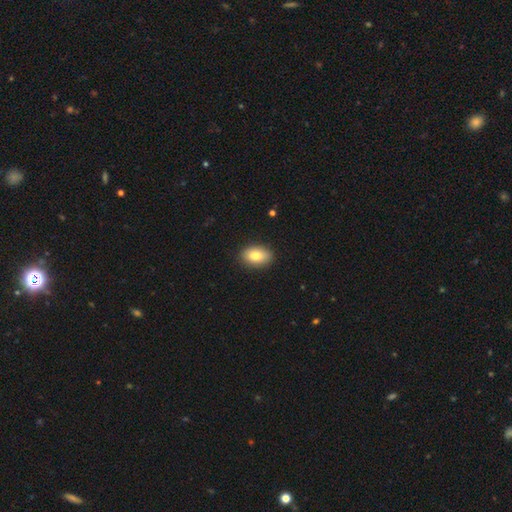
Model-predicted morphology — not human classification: Q: Smooth or featured?
A: smooth (81%); runner-up: featured or disk (11%)
Q: How rounded?
A: in between (86%); runner-up: round (13%)
Q: Merging?
A: none (89%); runner-up: minor disturbance (9%)